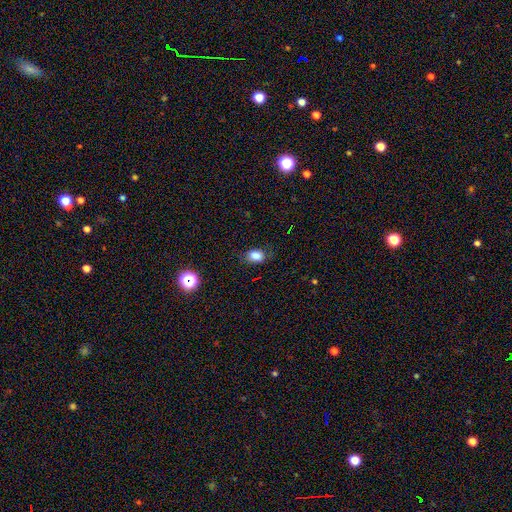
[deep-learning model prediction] Overall: smooth (81%). How rounded: in between (77%). Merging: none (75%).